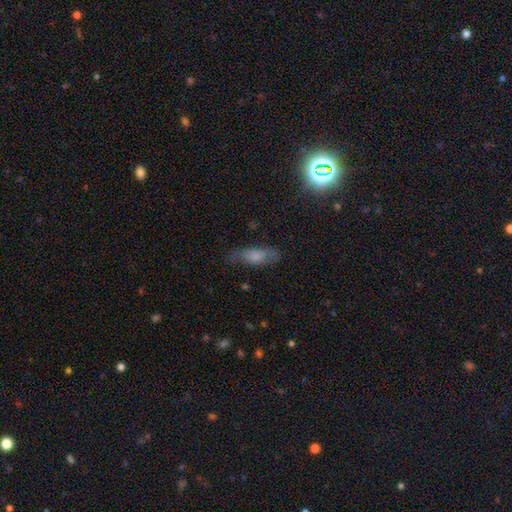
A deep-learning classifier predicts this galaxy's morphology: smooth_or_featured: smooth (p=0.66) [alt: featured or disk p=0.24]
how_rounded: in between (p=0.66) [alt: cigar-shaped p=0.31]
merging: none (p=0.63) [alt: minor disturbance p=0.25]